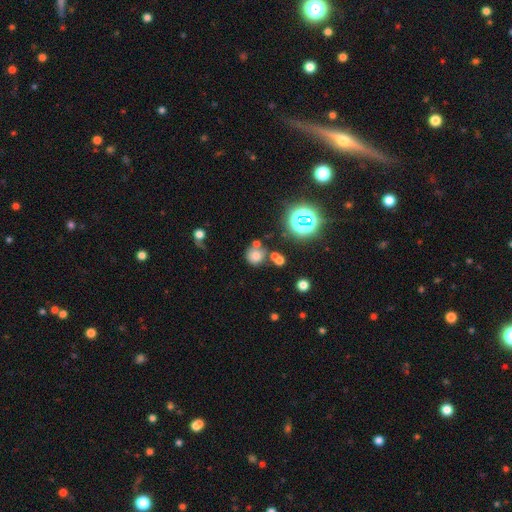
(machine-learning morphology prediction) smooth 67%, star or artifact 23%, featured or disk 10%. Down the decision tree: how rounded — round (86%); merging — none (60%).